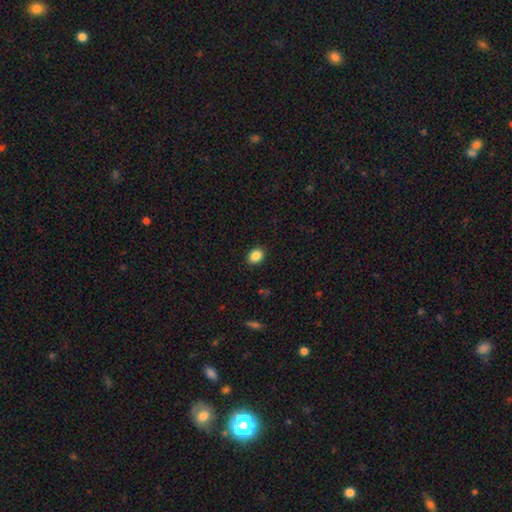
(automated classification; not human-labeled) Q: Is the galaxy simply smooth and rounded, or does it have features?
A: smooth — 87%.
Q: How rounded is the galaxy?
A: in between — 63%.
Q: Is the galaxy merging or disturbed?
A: none — 90%.